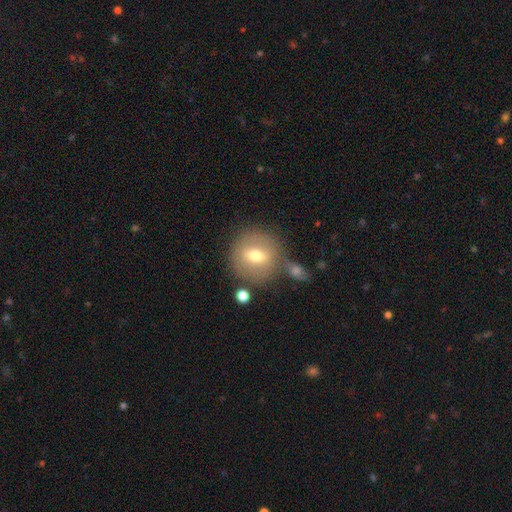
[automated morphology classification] A smooth galaxy with no disk features (60%) that is round (90%).

Vote fractions:
- Smooth or featured? smooth: 60% / featured or disk: 32% / star or artifact: 9%
- How rounded? round: 90% / in between: 9% / cigar-shaped: 1%
- Merging? none: 71% / merger: 13% / minor disturbance: 11% / major disturbance: 5%